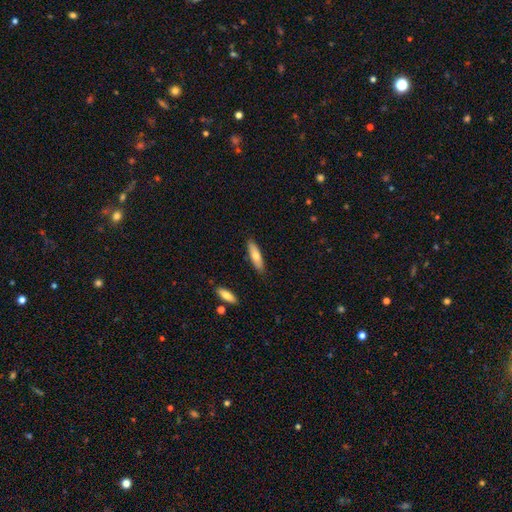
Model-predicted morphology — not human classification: The model was most divided on "how rounded": cigar-shaped: 63%, in between: 35%, round: 2%. More confident: merging — none (86%); smooth or featured — smooth (69%).